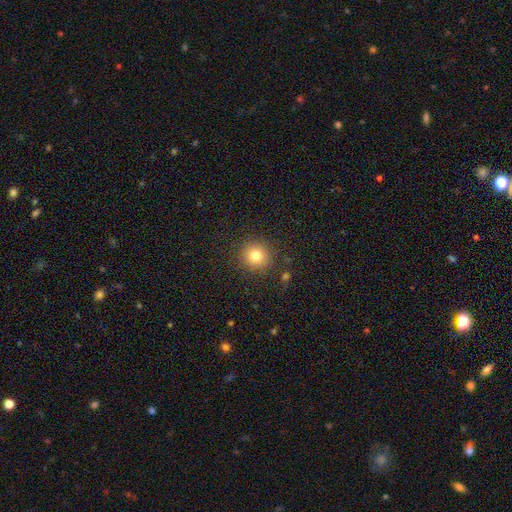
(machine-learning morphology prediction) smooth 79%, star or artifact 13%, featured or disk 8%. Down the decision tree: how rounded — round (92%); merging — none (89%).